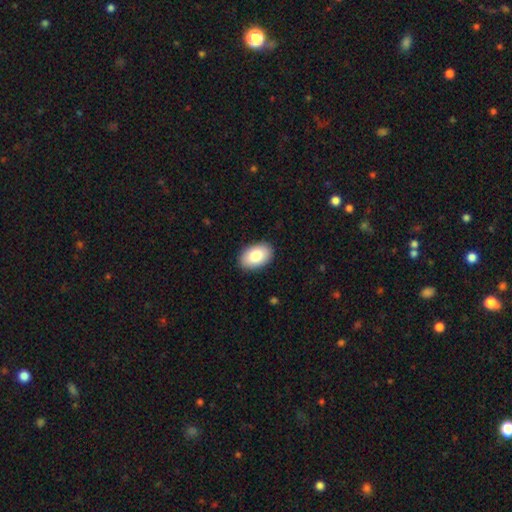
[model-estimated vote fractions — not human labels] A smooth galaxy with no disk features (84%) that is in between round and cigar-shaped (92%).

Vote fractions:
- Smooth or featured? smooth: 84% / featured or disk: 10% / star or artifact: 6%
- How rounded? in between: 92% / round: 7% / cigar-shaped: 1%
- Merging? none: 89% / minor disturbance: 8% / major disturbance: 2% / merger: 1%